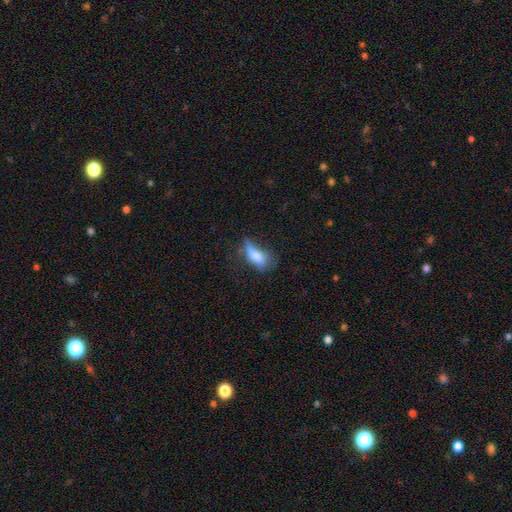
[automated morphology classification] Q: Smooth or featured?
A: smooth (69%); runner-up: featured or disk (22%)
Q: How rounded?
A: in between (73%); runner-up: cigar-shaped (23%)
Q: Merging?
A: none (33%); runner-up: minor disturbance (32%)